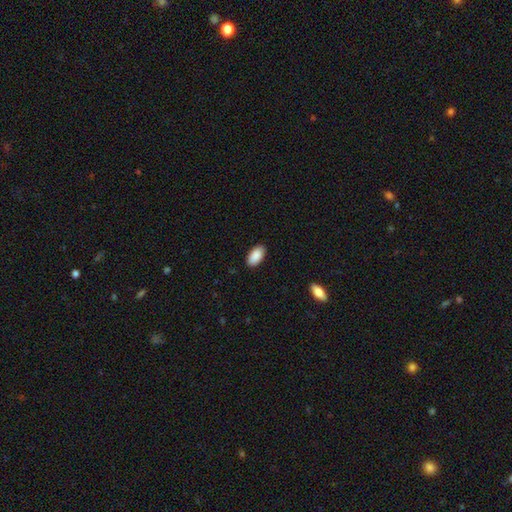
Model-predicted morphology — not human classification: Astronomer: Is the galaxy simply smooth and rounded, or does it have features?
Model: smooth — 90%.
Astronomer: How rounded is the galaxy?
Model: in between — 95%.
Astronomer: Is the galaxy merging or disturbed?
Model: none — 88%.